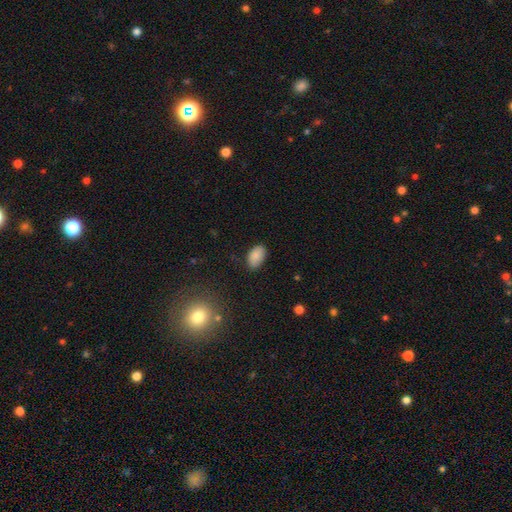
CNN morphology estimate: Smooth or featured? smooth (85%)
How rounded? in between (93%)
Merging? none (80%)